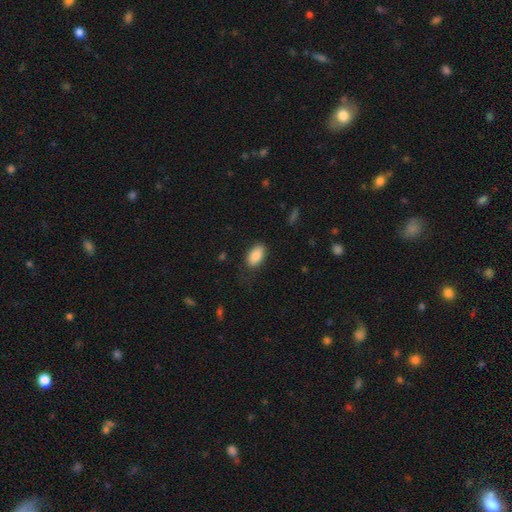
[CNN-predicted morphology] Q: Smooth or featured?
A: smooth (88%); runner-up: star or artifact (7%)
Q: How rounded?
A: in between (94%); runner-up: round (4%)
Q: Merging?
A: none (79%); runner-up: minor disturbance (15%)